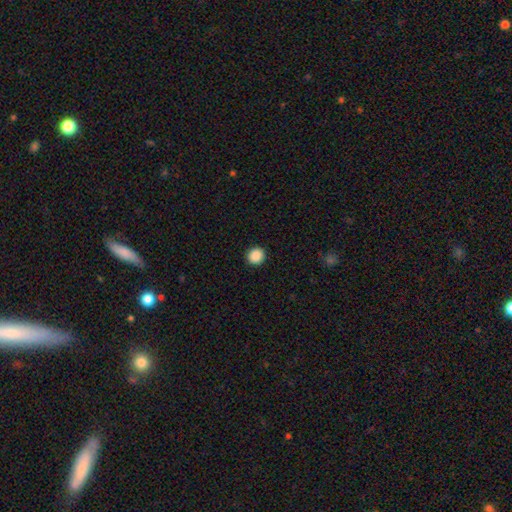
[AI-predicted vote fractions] Q: Smooth or featured?
A: smooth (89%); runner-up: star or artifact (9%)
Q: How rounded?
A: round (94%); runner-up: in between (5%)
Q: Merging?
A: none (93%); runner-up: minor disturbance (5%)